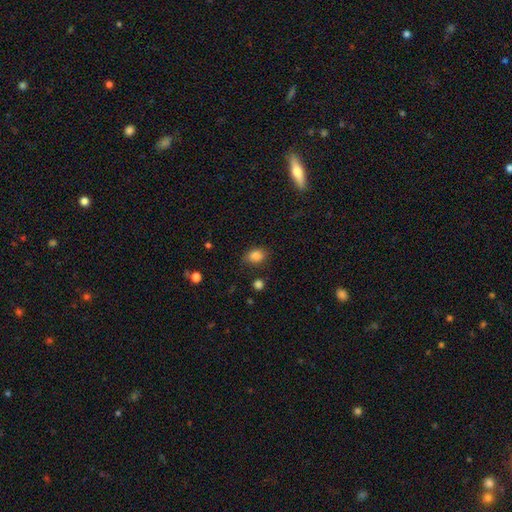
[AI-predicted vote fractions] Overall: smooth (84%). How rounded: in between (63%; round 36%). Merging: none (76%).